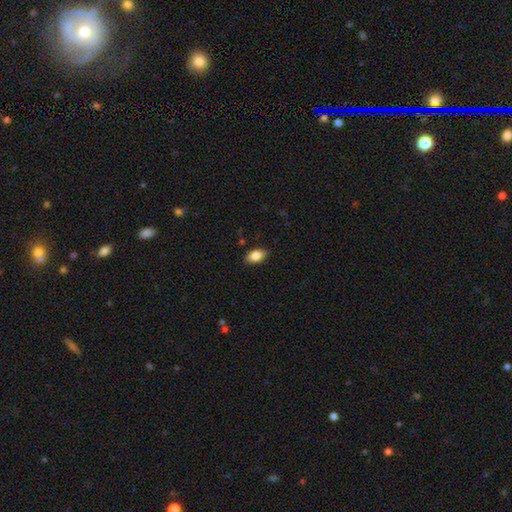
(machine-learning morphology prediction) Q: Smooth or featured?
A: smooth (84%); runner-up: featured or disk (9%)
Q: How rounded?
A: in between (91%); runner-up: round (6%)
Q: Merging?
A: none (87%); runner-up: minor disturbance (10%)